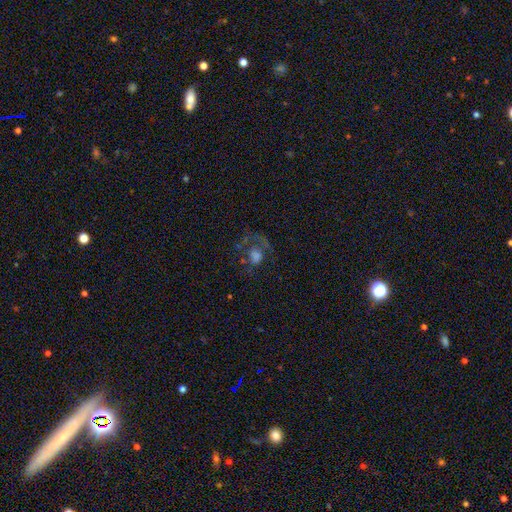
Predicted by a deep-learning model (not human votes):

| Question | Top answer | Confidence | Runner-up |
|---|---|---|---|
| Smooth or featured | featured or disk | 42% | smooth (36%) |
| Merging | none | 42% | major disturbance (37%) |